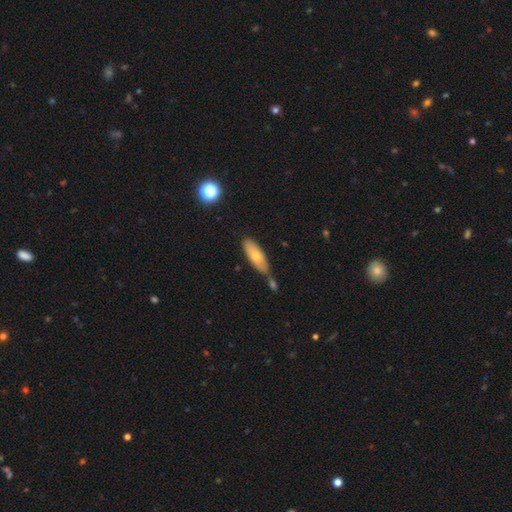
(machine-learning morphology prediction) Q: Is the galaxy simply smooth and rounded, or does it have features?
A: smooth — 67%.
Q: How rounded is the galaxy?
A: in between — 64%.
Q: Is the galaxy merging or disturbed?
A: none — 50%.